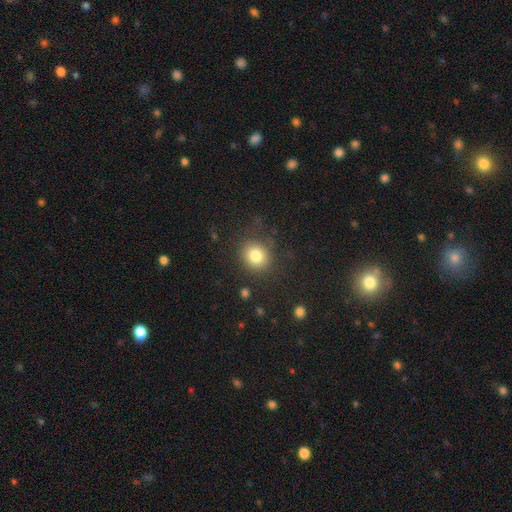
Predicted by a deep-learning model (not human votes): Morphology: type=smooth (81%); roundness=round (80%); merging=none (81%).